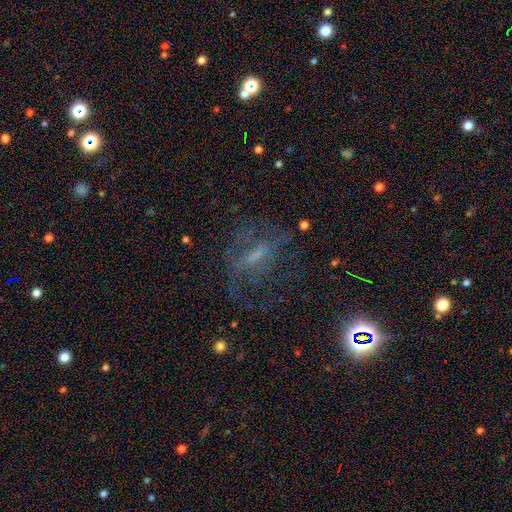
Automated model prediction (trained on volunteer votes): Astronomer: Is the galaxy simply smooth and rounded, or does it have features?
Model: featured or disk — 51%.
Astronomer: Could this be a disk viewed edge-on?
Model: no — 85%.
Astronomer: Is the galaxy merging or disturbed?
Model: none — 55%.